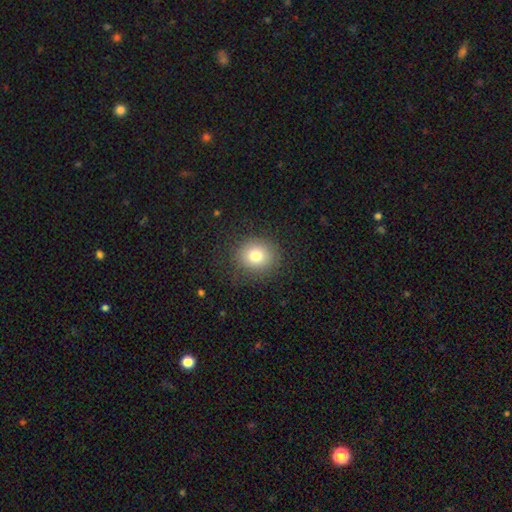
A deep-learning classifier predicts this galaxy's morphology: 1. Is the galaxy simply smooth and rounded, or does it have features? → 78% smooth, 12% star or artifact, 10% featured or disk.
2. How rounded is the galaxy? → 82% round, 17% in between, 1% cigar-shaped.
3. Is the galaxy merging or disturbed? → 85% none, 10% minor disturbance, 5% major disturbance, 1% merger.